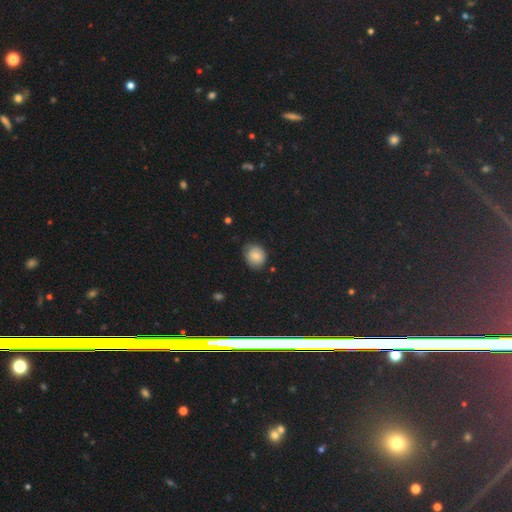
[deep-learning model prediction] Morphology: type=smooth (78%); roundness=round (71%); merging=none (75%).